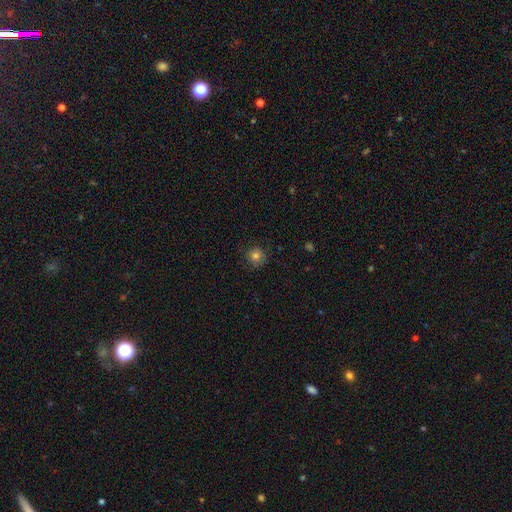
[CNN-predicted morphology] The model was most divided on "smooth or featured": smooth: 79%, star or artifact: 13%, featured or disk: 8%. More confident: how rounded — round (93%); merging — none (83%).